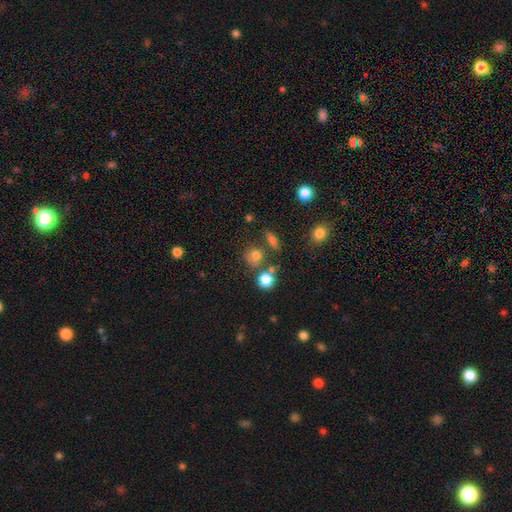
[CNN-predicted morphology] Smooth or featured? smooth (75%)
How rounded? round (80%)
Merging? none (63%)